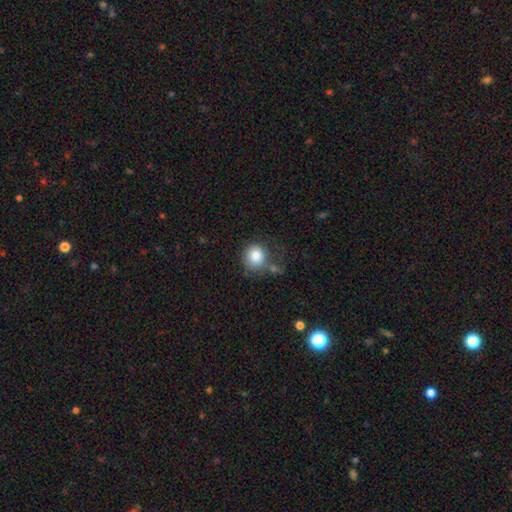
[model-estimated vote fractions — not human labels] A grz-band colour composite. It shows a smooth galaxy with no disk features (82%) that is round (87%). Merging: none (57%).